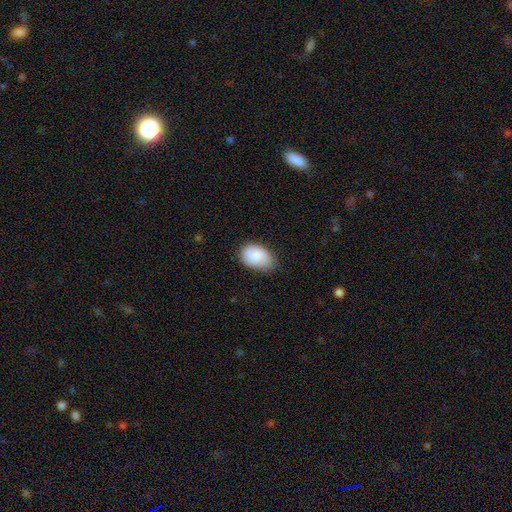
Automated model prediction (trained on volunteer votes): Overall: smooth (81%). How rounded: in between (88%). Merging: none (67%; minor disturbance 27%).